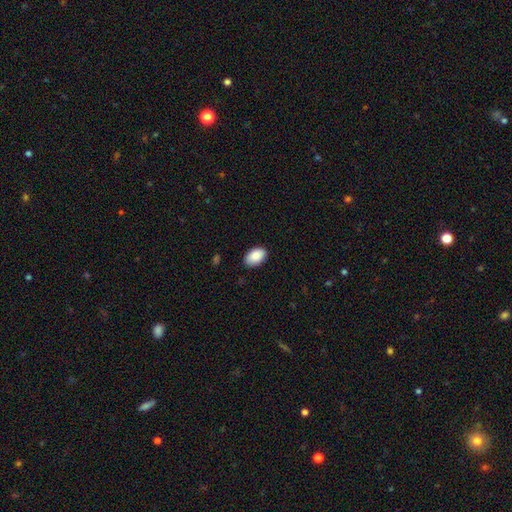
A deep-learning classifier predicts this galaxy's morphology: Smooth or featured: smooth — 88% (star or artifact — 7%)
How rounded: in between — 92% (round — 7%)
Merging: none — 86% (minor disturbance — 11%)